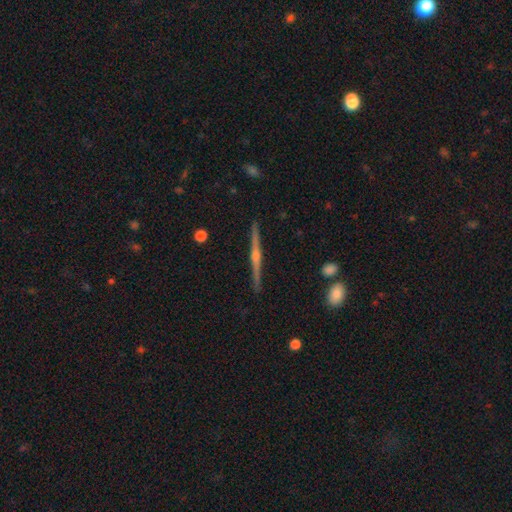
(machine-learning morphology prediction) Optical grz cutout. It shows a featured or disk galaxy (84%) viewed edge-on (99%) with a rounded central bulge (91%). Merging: none (92%).